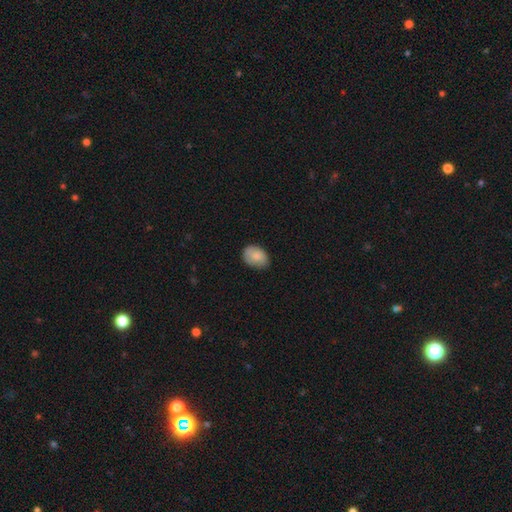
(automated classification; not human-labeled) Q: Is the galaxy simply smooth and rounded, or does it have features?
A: smooth — 82%.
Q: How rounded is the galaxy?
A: in between — 74%.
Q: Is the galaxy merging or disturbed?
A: none — 70%.